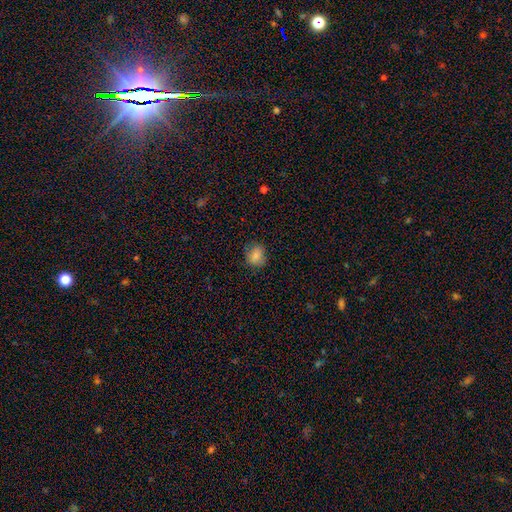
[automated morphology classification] Smooth or featured: smooth — 83% (star or artifact — 9%)
How rounded: round — 62% (in between — 36%)
Merging: none — 79% (minor disturbance — 16%)